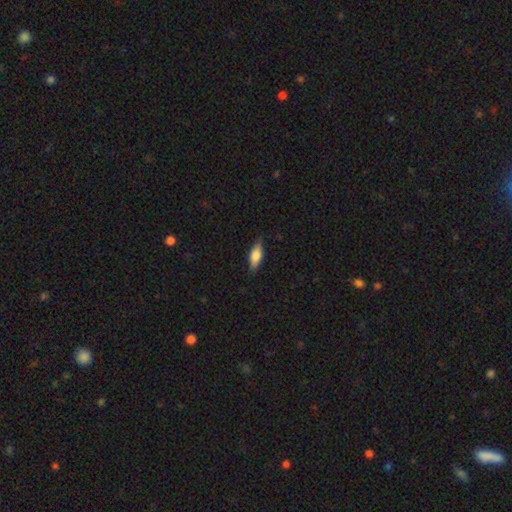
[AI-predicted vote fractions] Q: Smooth or featured?
A: smooth (77%); runner-up: featured or disk (17%)
Q: How rounded?
A: in between (70%); runner-up: cigar-shaped (28%)
Q: Merging?
A: none (84%); runner-up: minor disturbance (13%)